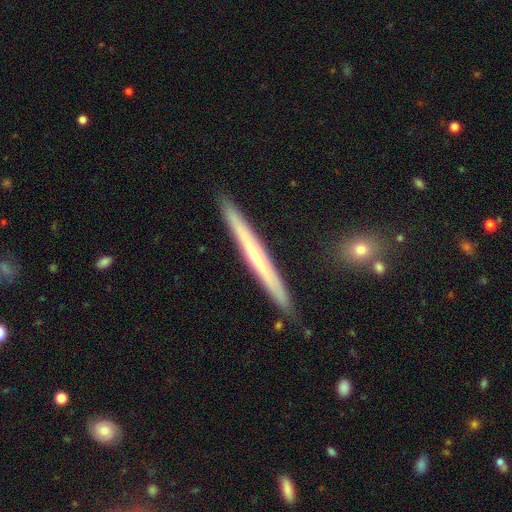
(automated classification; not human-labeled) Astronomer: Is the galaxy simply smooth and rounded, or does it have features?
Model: featured or disk — 53% (runner-up: smooth, 41%).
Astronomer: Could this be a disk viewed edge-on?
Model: yes — 96%.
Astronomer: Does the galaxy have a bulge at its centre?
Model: none — 77%.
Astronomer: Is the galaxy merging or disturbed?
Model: none — 90%.